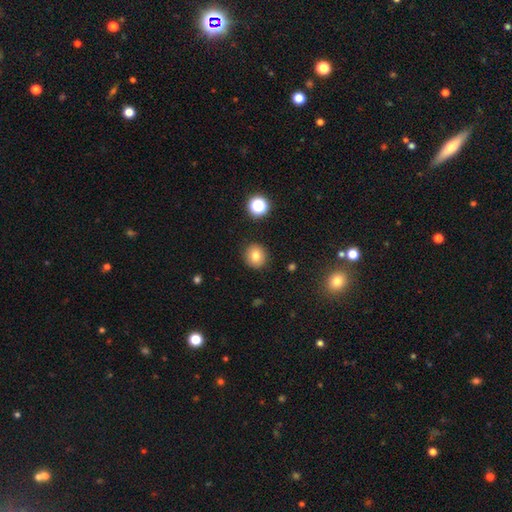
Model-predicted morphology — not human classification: type=smooth (78%); roundness=round (89%); merging=none (90%).